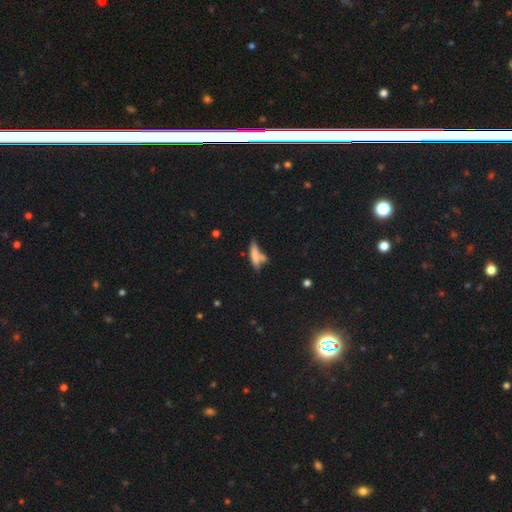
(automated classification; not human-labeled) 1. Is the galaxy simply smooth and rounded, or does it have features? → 68% smooth, 23% featured or disk, 9% star or artifact.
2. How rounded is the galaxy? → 71% cigar-shaped, 27% in between, 3% round.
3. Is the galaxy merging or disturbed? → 46% none, 30% merger, 17% minor disturbance, 7% major disturbance.